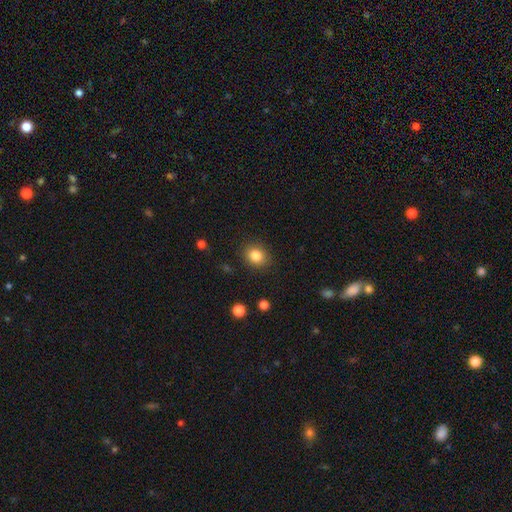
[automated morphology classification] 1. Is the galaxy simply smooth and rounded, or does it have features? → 84% smooth, 11% star or artifact, 6% featured or disk.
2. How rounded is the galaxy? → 65% round, 34% in between, 1% cigar-shaped.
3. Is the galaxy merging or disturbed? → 88% none, 8% minor disturbance, 3% major disturbance, 1% merger.